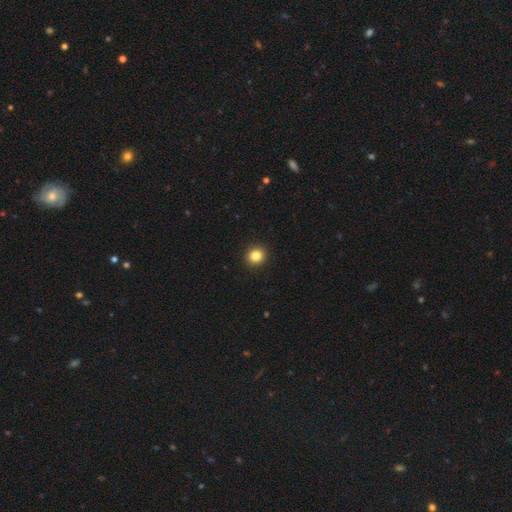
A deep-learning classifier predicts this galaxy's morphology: type=smooth (85%); roundness=round (83%); merging=none (93%).